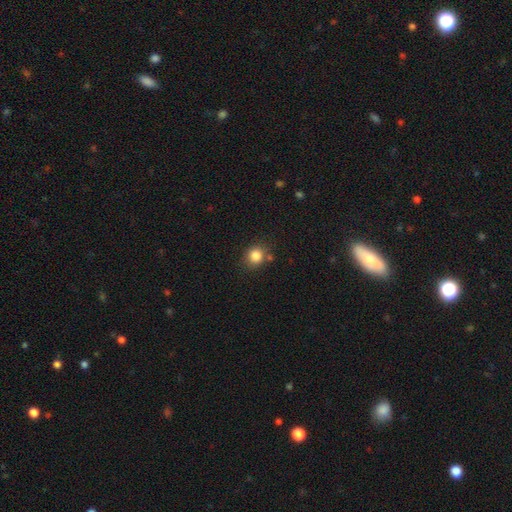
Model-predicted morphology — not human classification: This is clearly a smooth galaxy (84%). How rounded: likely round (76%). Merging: likely none (75%).